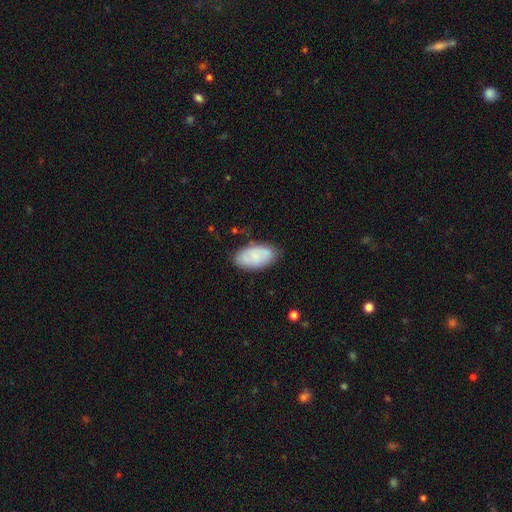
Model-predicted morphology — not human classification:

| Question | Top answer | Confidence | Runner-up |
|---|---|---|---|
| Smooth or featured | smooth | 73% | featured or disk (20%) |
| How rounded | in between | 94% | round (3%) |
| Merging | none | 77% | minor disturbance (17%) |